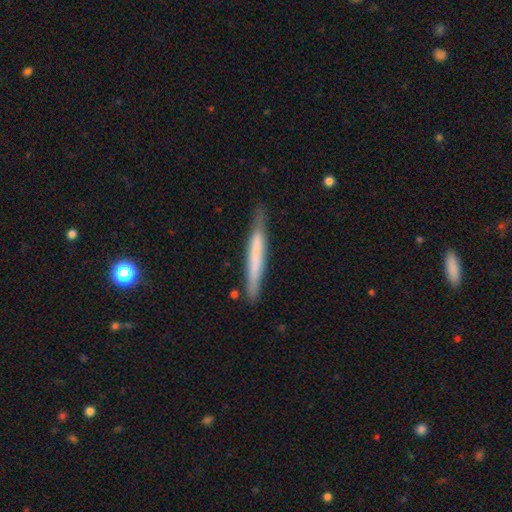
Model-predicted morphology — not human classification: Overall: smooth (55%; featured or disk 39%). How rounded: cigar-shaped (96%). Merging: none (79%).